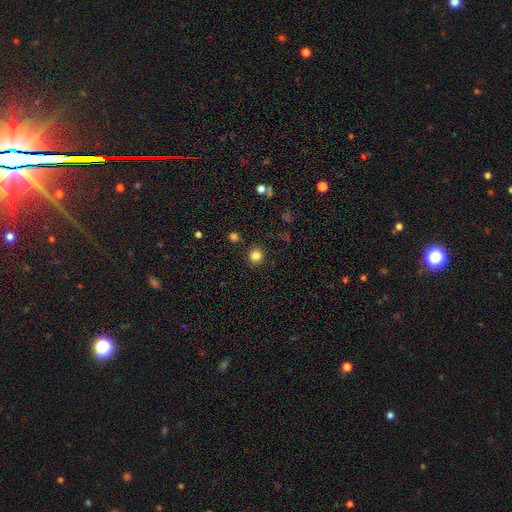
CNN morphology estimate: Smooth or featured? Predicted: smooth (p=0.82). How rounded? Predicted: round (p=0.92). Merging? Predicted: none (p=0.91).